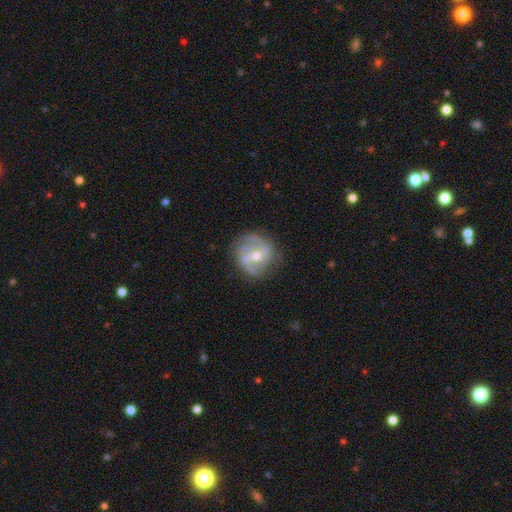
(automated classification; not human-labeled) smooth_or_featured: featured or disk (p=0.77) [alt: smooth p=0.16]
disk_edge_on: no (p=0.97) [alt: yes p=0.03]
bar: weak (p=0.44) [alt: no p=0.29]
has_spiral_arms: yes (p=0.86) [alt: no p=0.14]
spiral_winding: medium (p=0.42) [alt: loose p=0.35]
spiral_arm_count: 2 (p=0.60) [alt: can't tell p=0.18]
bulge_size: moderate (p=0.50) [alt: small p=0.47]
merging: none (p=0.72) [alt: minor disturbance p=0.19]